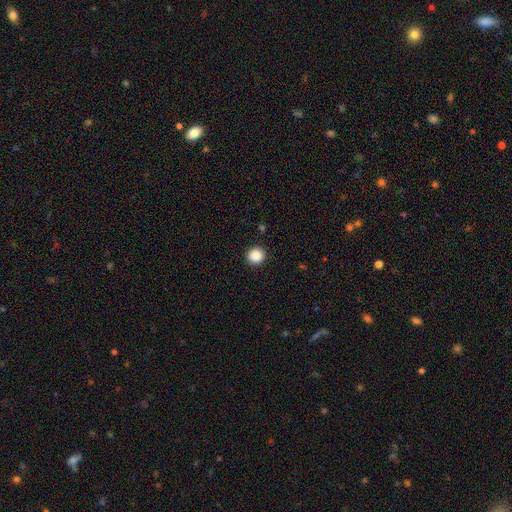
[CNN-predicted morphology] Q: Smooth or featured?
A: smooth (88%); runner-up: star or artifact (9%)
Q: How rounded?
A: round (92%); runner-up: in between (7%)
Q: Merging?
A: none (92%); runner-up: minor disturbance (5%)